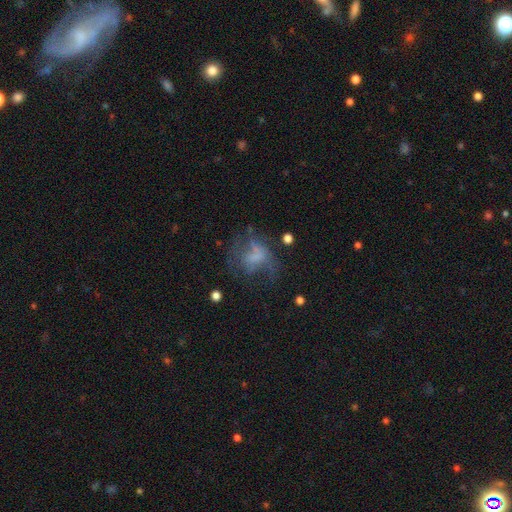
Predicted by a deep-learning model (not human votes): A featured or disk galaxy (44%).

Vote fractions:
- Smooth or featured? featured or disk: 44% / smooth: 39% / star or artifact: 17%
- Merging? major disturbance: 40% / none: 35% / minor disturbance: 20% / merger: 5%